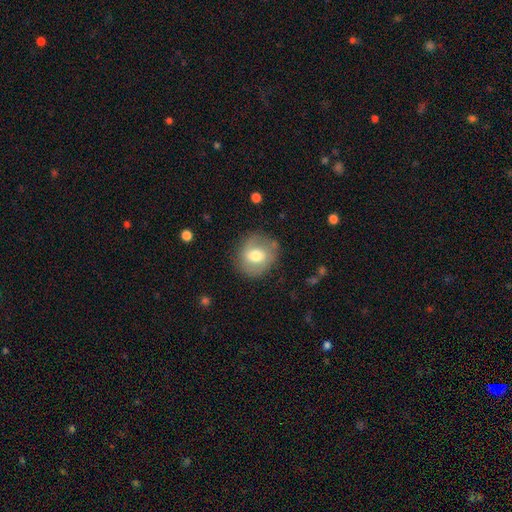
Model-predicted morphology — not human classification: This appears to be a smooth galaxy with no disk features (57%) that is round (76%). Merging: none (77%).